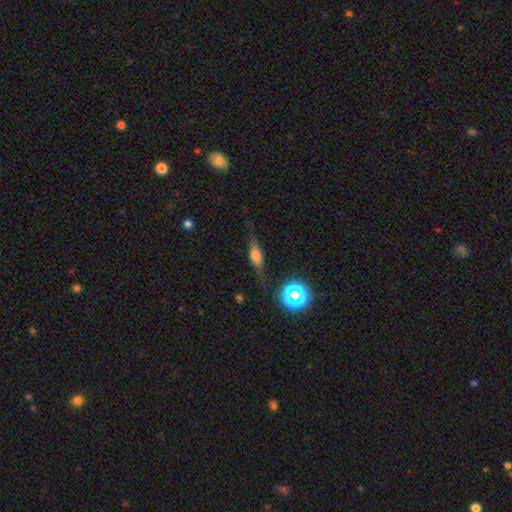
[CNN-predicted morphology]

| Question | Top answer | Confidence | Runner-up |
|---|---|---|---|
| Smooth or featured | smooth | 53% | featured or disk (34%) |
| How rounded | in between | 47% | cigar-shaped (46%) |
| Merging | none | 70% | minor disturbance (20%) |